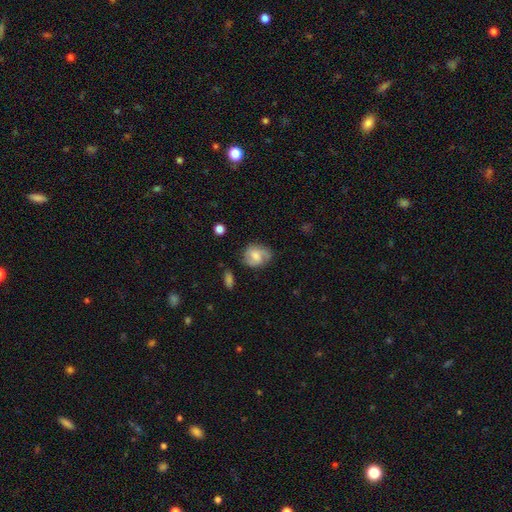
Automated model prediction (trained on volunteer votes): The model was most divided on "how rounded": round: 53%, in between: 45%, cigar-shaped: 1%. More confident: merging — none (67%); smooth or featured — smooth (51%).